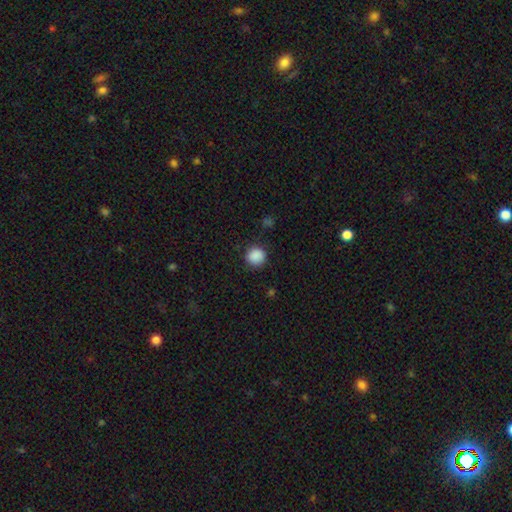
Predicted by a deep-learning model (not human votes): This appears to be a smooth galaxy with no disk features (88%) that is round (92%). Merging: none (88%).